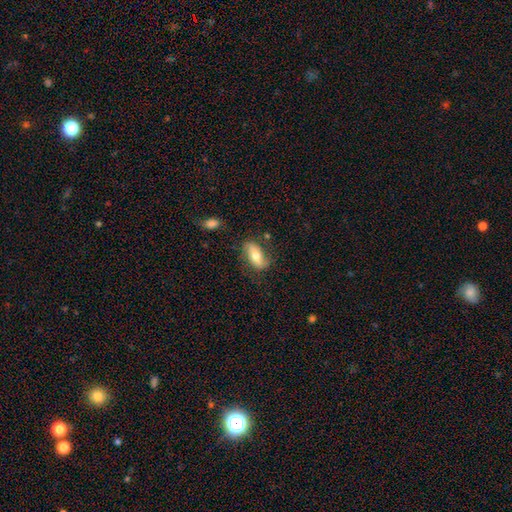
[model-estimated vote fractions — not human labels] A smooth galaxy with no disk features (54%) that is in between round and cigar-shaped (82%). Merging: none (70%).